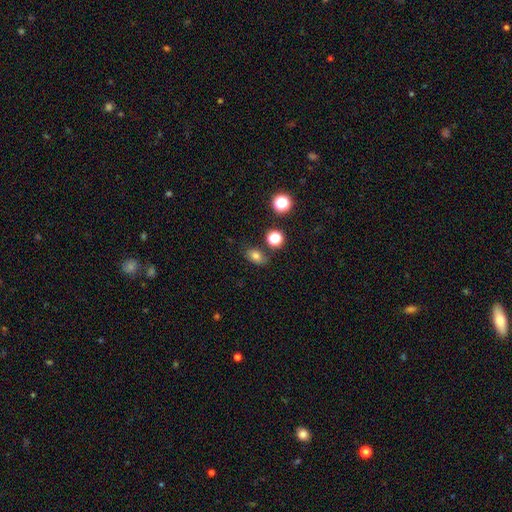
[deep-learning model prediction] Morphology: type=smooth (75%); roundness=in between (75%); merging=none (74%).